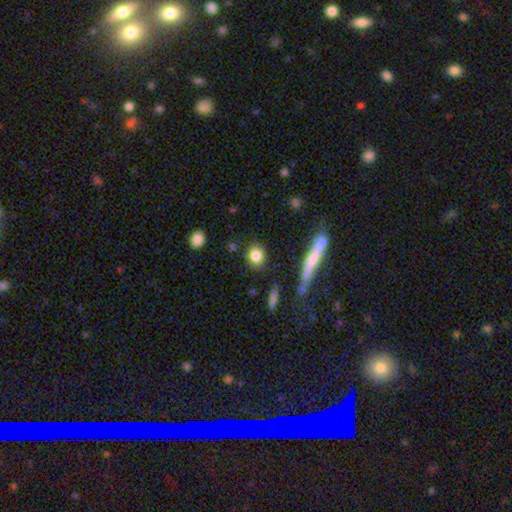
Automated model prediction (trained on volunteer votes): A smooth galaxy with no disk features (82%) that is round (72%).

Vote fractions:
- Smooth or featured? smooth: 82% / featured or disk: 9% / star or artifact: 8%
- How rounded? round: 72% / in between: 25% / cigar-shaped: 3%
- Merging? none: 84% / minor disturbance: 10% / merger: 3% / major disturbance: 3%